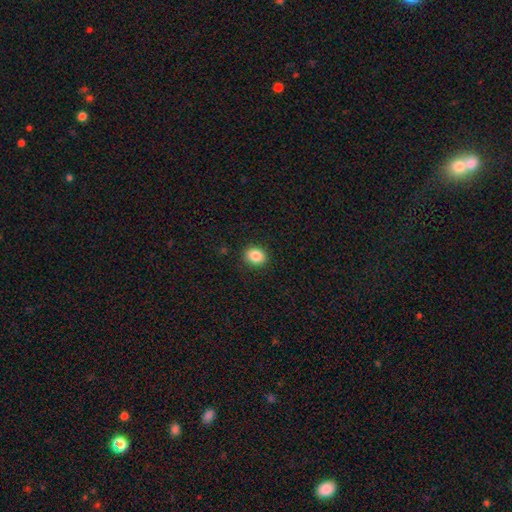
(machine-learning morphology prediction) smooth_or_featured: smooth (p=0.86) [alt: star or artifact p=0.10]
how_rounded: round (p=0.61) [alt: in between p=0.38]
merging: none (p=0.89) [alt: minor disturbance p=0.07]